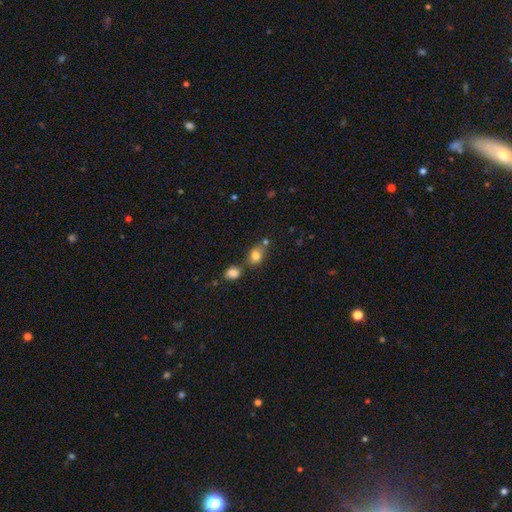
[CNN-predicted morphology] Smooth or featured? Predicted: smooth (p=0.80). How rounded? Predicted: in between (p=0.59). Merging? Predicted: none (p=0.58).